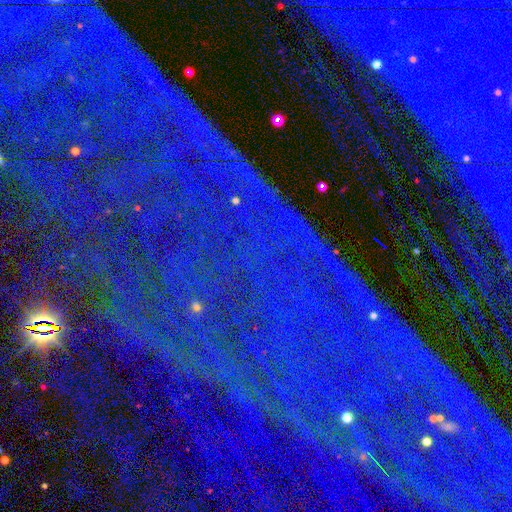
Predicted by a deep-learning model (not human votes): This is clearly a star or artifact rather than a galaxy (87%).